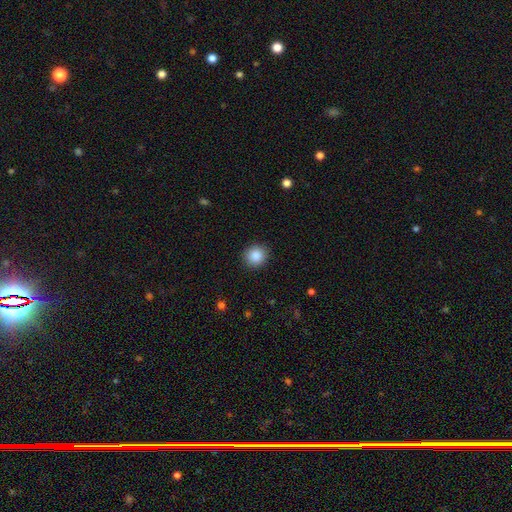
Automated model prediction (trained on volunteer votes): Smooth or featured? Predicted: smooth (p=0.87). How rounded? Predicted: round (p=0.88). Merging? Predicted: none (p=0.90).